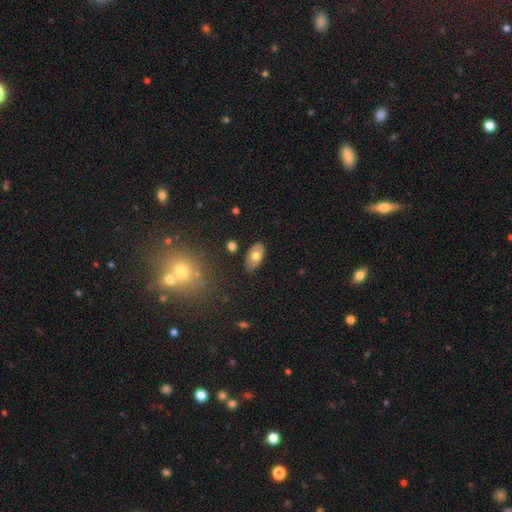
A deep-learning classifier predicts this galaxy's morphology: This appears to be a smooth galaxy with no disk features (70%) that is in between round and cigar-shaped (94%). Merging: none (82%).